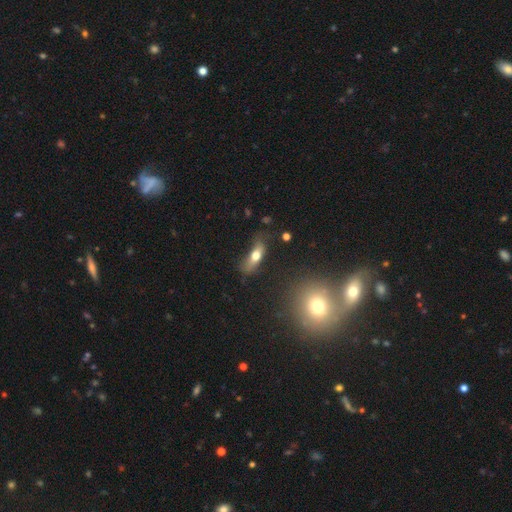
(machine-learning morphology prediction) smooth_or_featured: smooth (p=0.62) [alt: featured or disk p=0.29]
how_rounded: in between (p=0.57) [alt: cigar-shaped p=0.39]
merging: none (p=0.42) [alt: minor disturbance p=0.31]